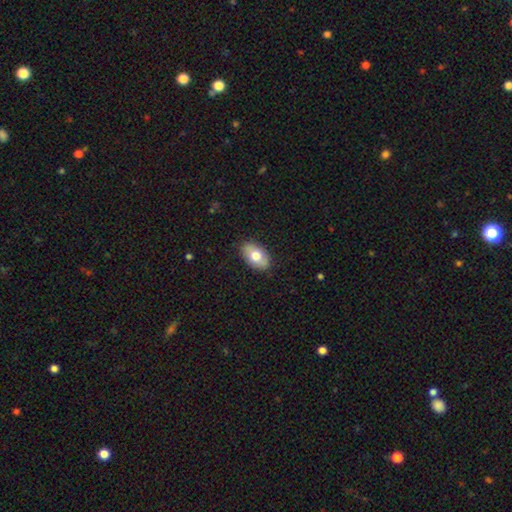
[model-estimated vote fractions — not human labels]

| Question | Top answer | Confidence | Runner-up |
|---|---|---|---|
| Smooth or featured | smooth | 73% | featured or disk (20%) |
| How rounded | in between | 90% | round (8%) |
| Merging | none | 85% | minor disturbance (11%) |